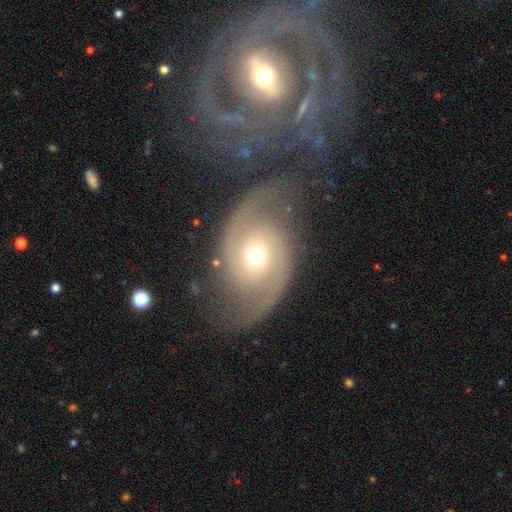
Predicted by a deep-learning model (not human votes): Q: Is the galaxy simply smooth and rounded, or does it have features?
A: featured or disk — 88%.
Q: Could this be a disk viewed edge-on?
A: no — 97%.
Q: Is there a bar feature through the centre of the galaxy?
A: no — 74%.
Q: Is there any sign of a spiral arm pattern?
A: yes — 97%.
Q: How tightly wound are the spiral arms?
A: medium — 47%.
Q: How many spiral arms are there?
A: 2 — 93%.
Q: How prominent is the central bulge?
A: small — 48%.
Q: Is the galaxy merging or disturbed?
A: none — 74%.